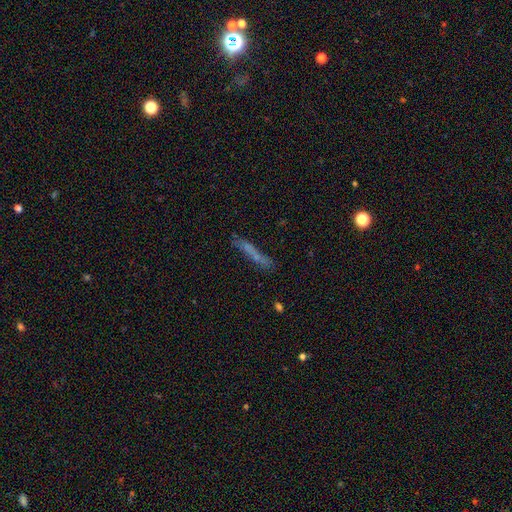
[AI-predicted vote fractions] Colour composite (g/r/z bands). It shows a smooth galaxy with no disk features (54%) that is cigar-shaped (92%). Merging: none (70%).